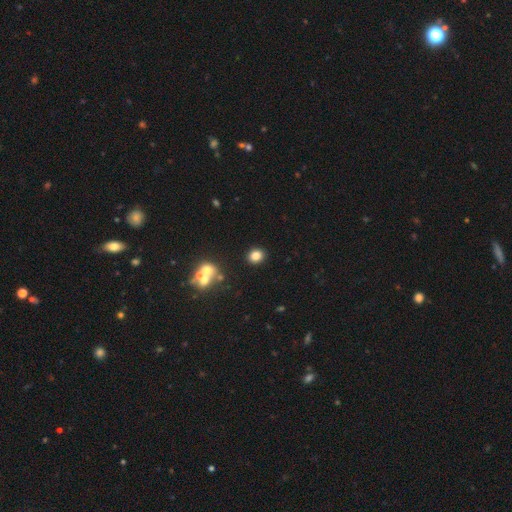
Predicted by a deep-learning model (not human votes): Smooth or featured?
  - smooth: 80% *
  - star or artifact: 13%
  - featured or disk: 7%
How rounded?
  - round: 76% *
  - in between: 23%
  - cigar-shaped: 1%
Merging?
  - none: 86% *
  - minor disturbance: 6%
  - merger: 5%
  - major disturbance: 3%